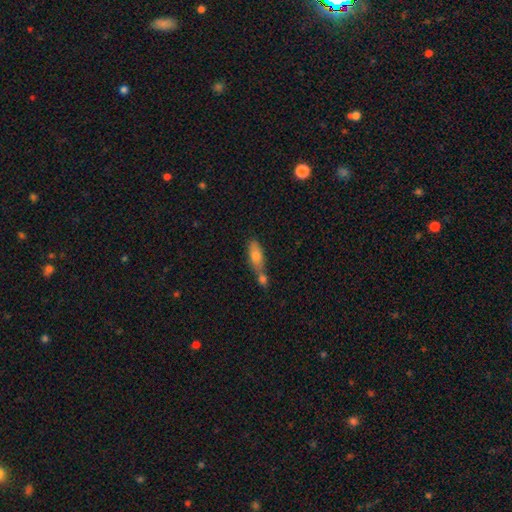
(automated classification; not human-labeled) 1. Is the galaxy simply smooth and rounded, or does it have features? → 71% smooth, 21% featured or disk, 8% star or artifact.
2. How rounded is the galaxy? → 65% in between, 31% cigar-shaped, 4% round.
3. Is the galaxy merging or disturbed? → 52% merger, 31% none, 12% minor disturbance, 5% major disturbance.